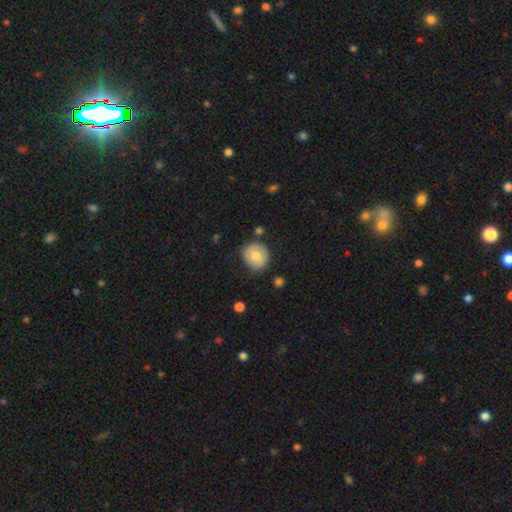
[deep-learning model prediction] This is likely a smooth galaxy (70%). How rounded: clearly round (88%). Merging: likely none (75%).